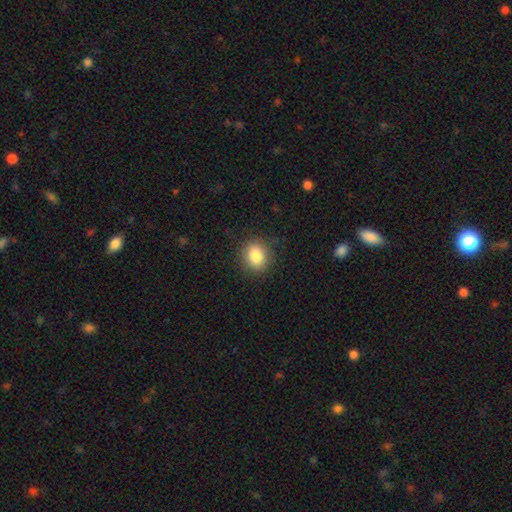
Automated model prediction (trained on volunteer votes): A smooth galaxy with no disk features (85%) that is round (69%).

Vote fractions:
- Smooth or featured? smooth: 85% / star or artifact: 10% / featured or disk: 6%
- How rounded? round: 69% / in between: 30% / cigar-shaped: 1%
- Merging? none: 88% / minor disturbance: 8% / major disturbance: 3% / merger: 1%